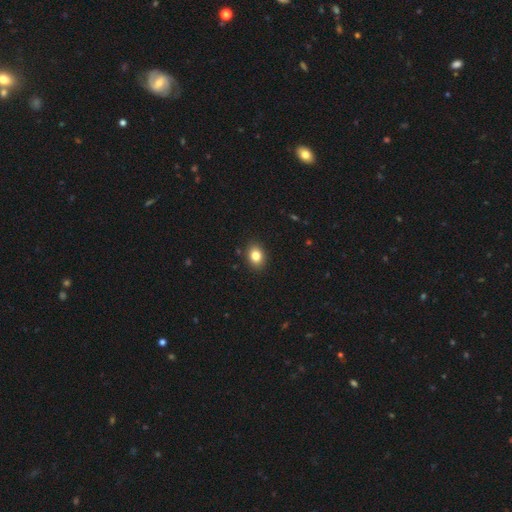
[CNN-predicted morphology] A smooth galaxy with no disk features (82%) that is in between round and cigar-shaped (57%). Merging: none (89%).